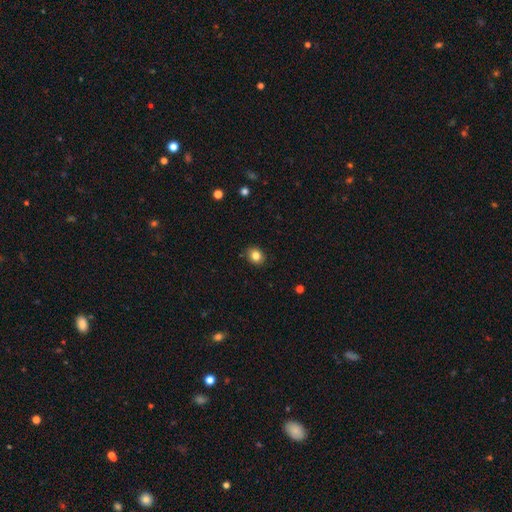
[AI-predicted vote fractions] A smooth galaxy with no disk features (83%) that is round (61%).

Vote fractions:
- Smooth or featured? smooth: 83% / star or artifact: 10% / featured or disk: 7%
- How rounded? round: 61% / in between: 38% / cigar-shaped: 1%
- Merging? none: 89% / minor disturbance: 8% / major disturbance: 2% / merger: 1%